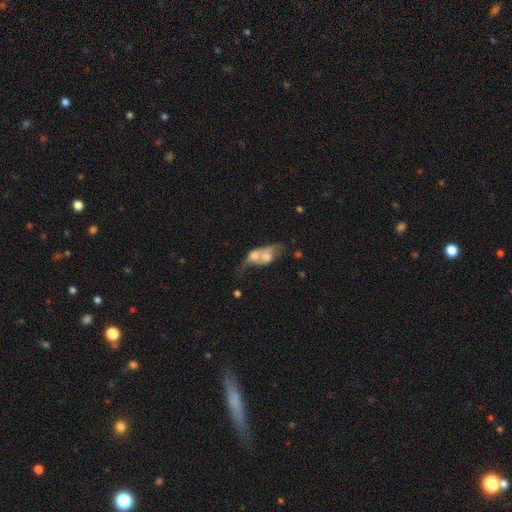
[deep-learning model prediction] smooth 51%, featured or disk 40%, star or artifact 9%. Down the decision tree: how rounded — in between (67%); merging — merger (68%).